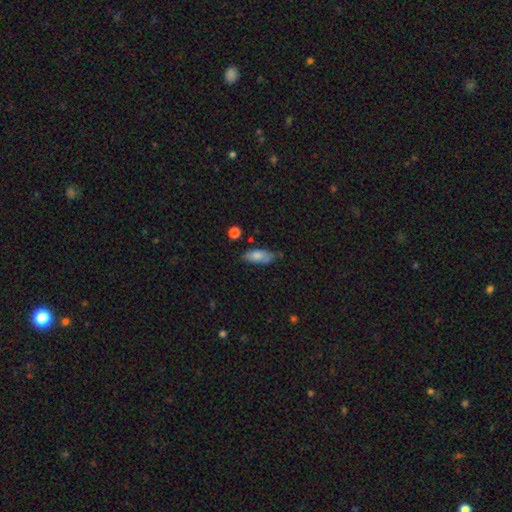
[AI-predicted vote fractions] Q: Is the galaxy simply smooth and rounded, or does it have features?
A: smooth — 78%.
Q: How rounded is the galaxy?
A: in between — 83%.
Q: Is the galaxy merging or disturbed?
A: none — 57%.